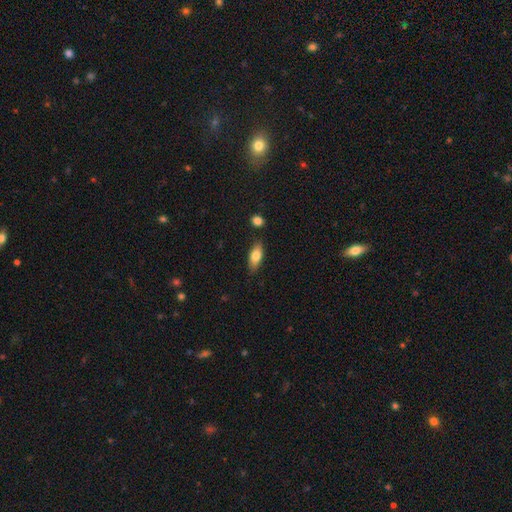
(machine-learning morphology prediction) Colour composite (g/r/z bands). It shows a smooth galaxy with no disk features (76%) that is in between round and cigar-shaped (79%). Merging: none (82%).